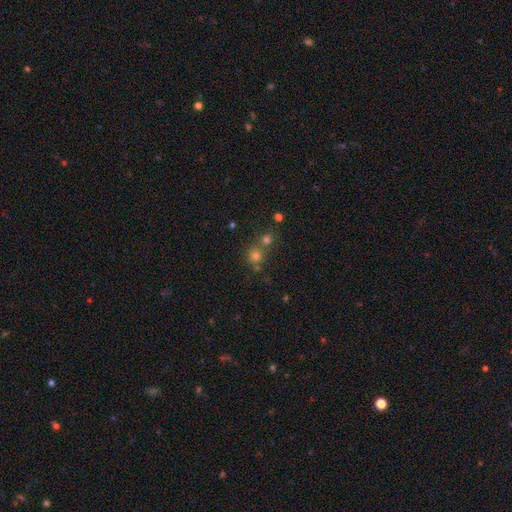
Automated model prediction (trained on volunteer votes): smooth 63%, star or artifact 27%, featured or disk 9%. Down the decision tree: how rounded — round (89%); merging — none (56%).